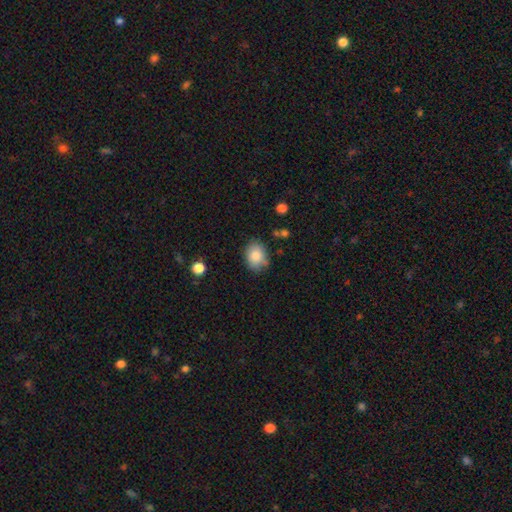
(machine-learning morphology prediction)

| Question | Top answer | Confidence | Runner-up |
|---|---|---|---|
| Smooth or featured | smooth | 85% | star or artifact (8%) |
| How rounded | in between | 64% | round (35%) |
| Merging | none | 76% | minor disturbance (17%) |